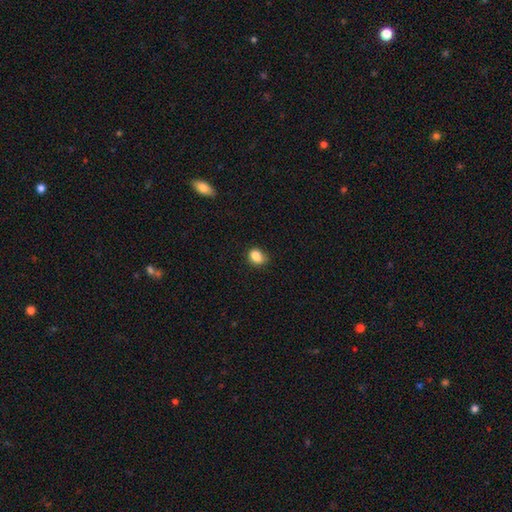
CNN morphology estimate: smooth 84%, star or artifact 10%, featured or disk 6%. Down the decision tree: how rounded — round (51%); merging — none (64%).